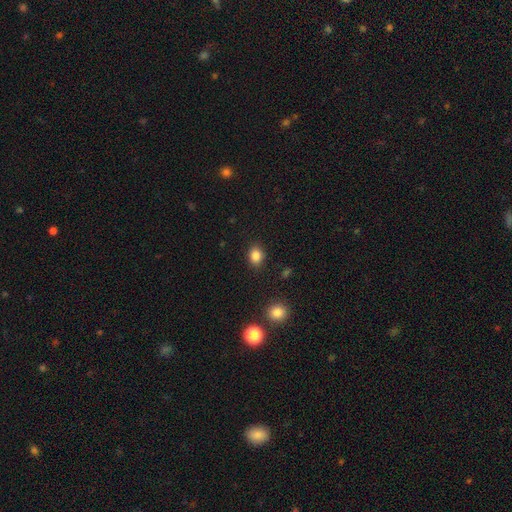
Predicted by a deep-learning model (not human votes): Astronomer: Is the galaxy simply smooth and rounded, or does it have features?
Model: smooth — 85%.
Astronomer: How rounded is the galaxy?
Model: in between — 54% (runner-up: round, 45%).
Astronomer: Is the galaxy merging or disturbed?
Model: none — 87%.